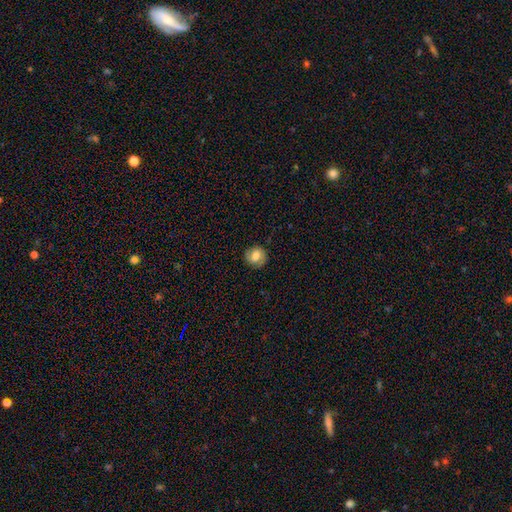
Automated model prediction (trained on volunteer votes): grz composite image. It shows a smooth galaxy with no disk features (64%) that is round (84%). Merging: none (85%).